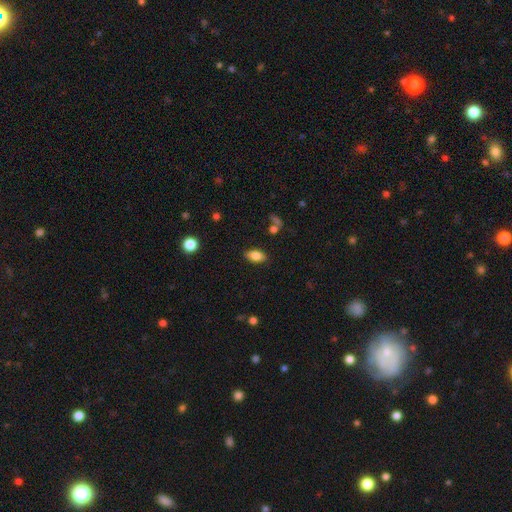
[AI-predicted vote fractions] Smooth or featured? Predicted: smooth (p=0.83). How rounded? Predicted: in between (p=0.90). Merging? Predicted: none (p=0.86).